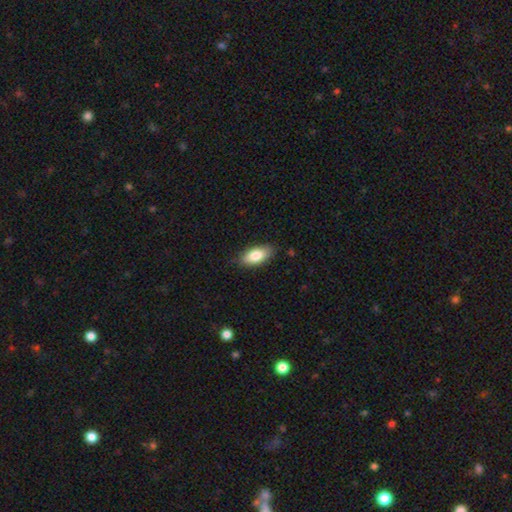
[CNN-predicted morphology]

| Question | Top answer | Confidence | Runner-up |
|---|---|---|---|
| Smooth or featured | smooth | 82% | featured or disk (12%) |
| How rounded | in between | 89% | cigar-shaped (9%) |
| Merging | none | 83% | minor disturbance (14%) |